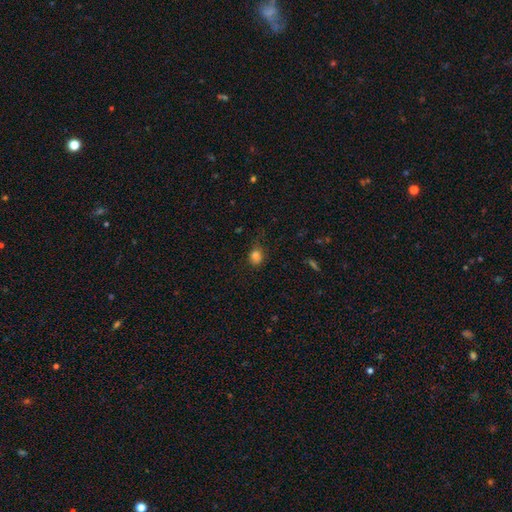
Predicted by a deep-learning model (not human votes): Q: Smooth or featured?
A: smooth (80%); runner-up: star or artifact (14%)
Q: How rounded?
A: in between (49%); tied with: round (49%)
Q: Merging?
A: none (58%); runner-up: minor disturbance (28%)